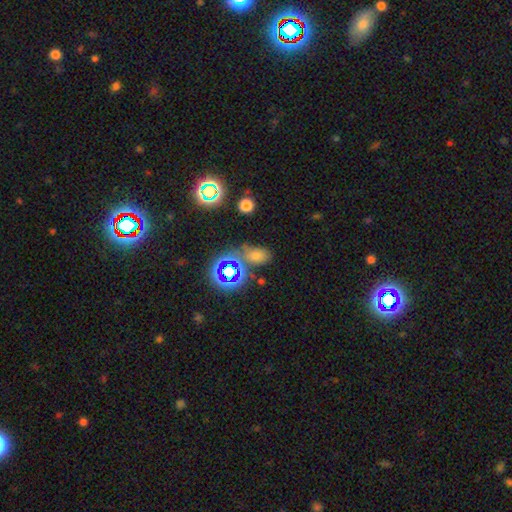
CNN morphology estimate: Smooth or featured: smooth — 50% (star or artifact — 38%)
How rounded: in between — 67% (round — 31%)
Merging: none — 64% (merger — 15%)